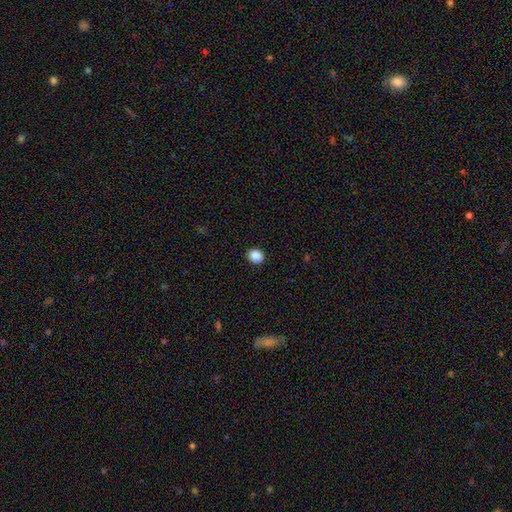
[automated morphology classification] Smooth or featured? Predicted: smooth (p=0.87). How rounded? Predicted: round (p=0.72). Merging? Predicted: none (p=0.92).